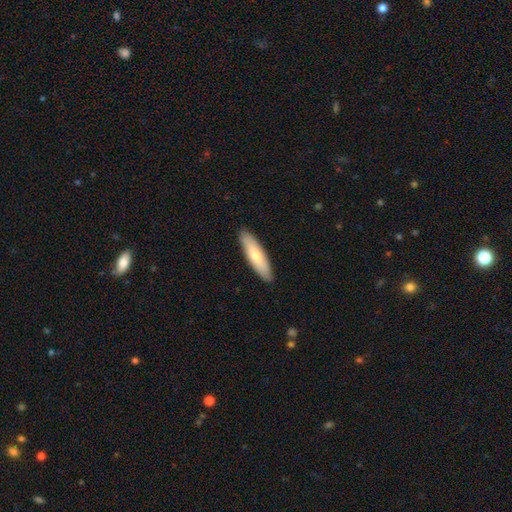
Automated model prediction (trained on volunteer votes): smooth_or_featured: smooth (p=0.72) [alt: featured or disk p=0.23]
how_rounded: cigar-shaped (p=0.68) [alt: in between p=0.31]
merging: none (p=0.89) [alt: minor disturbance p=0.08]